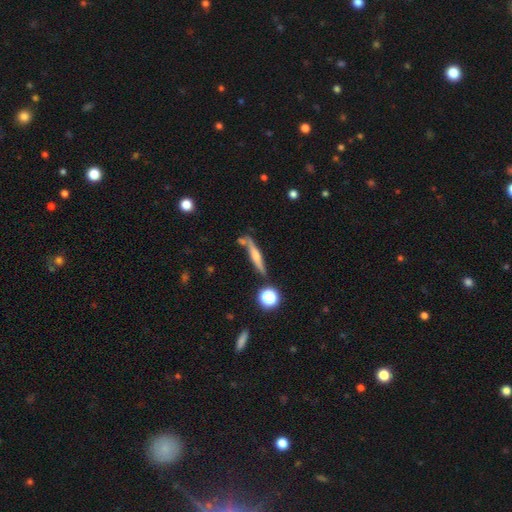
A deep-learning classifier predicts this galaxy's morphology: Smooth or featured? Predicted: featured or disk (p=0.47). Merging? Predicted: none (p=0.71).